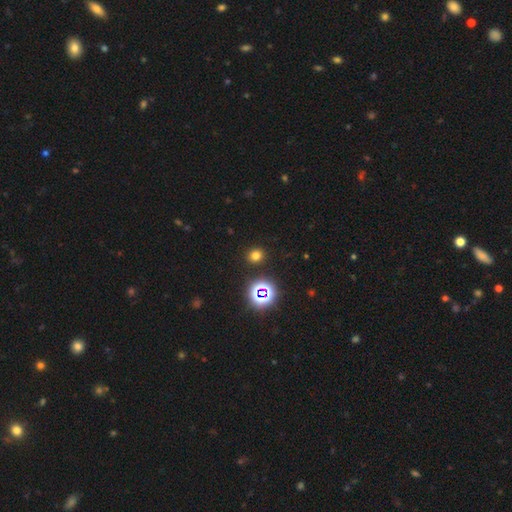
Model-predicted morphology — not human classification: Overall: smooth (71%). How rounded: round (80%). Merging: none (89%).